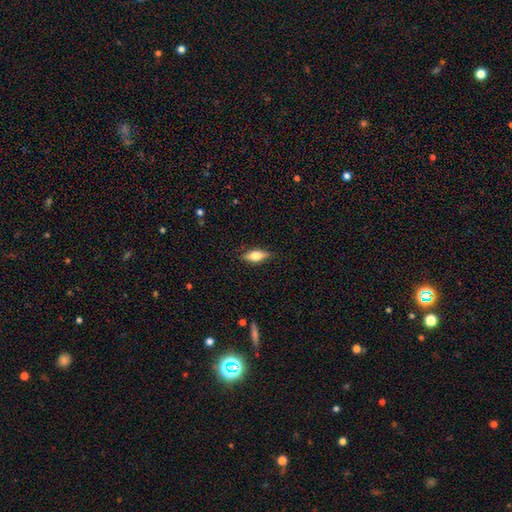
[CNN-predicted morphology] Q: Smooth or featured?
A: smooth (57%); runner-up: featured or disk (36%)
Q: How rounded?
A: in between (68%); runner-up: cigar-shaped (28%)
Q: Merging?
A: none (85%); runner-up: minor disturbance (11%)